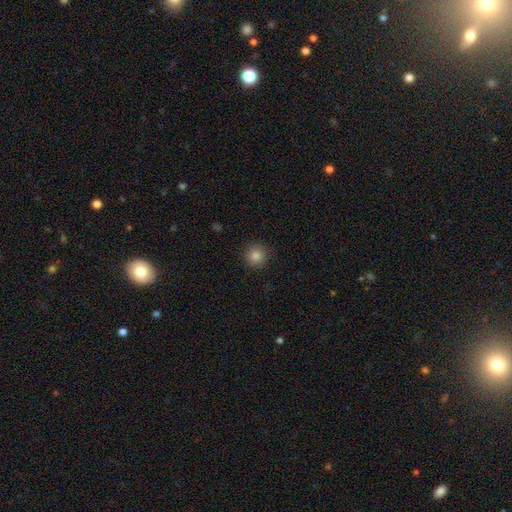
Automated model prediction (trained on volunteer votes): This is clearly a smooth galaxy (83%). How rounded: clearly round (94%). Merging: clearly none (90%).